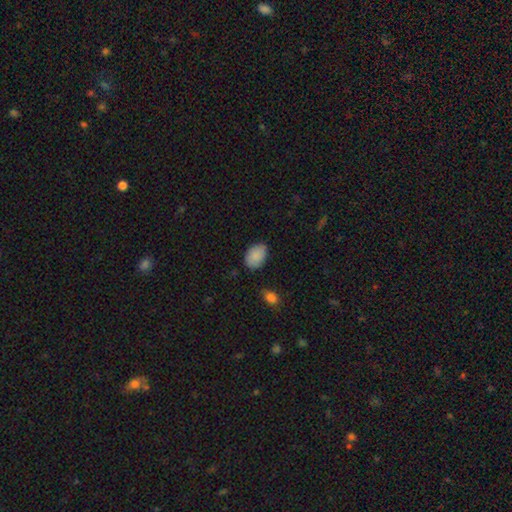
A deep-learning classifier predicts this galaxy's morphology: type=smooth (88%); roundness=in between (85%); merging=none (78%).